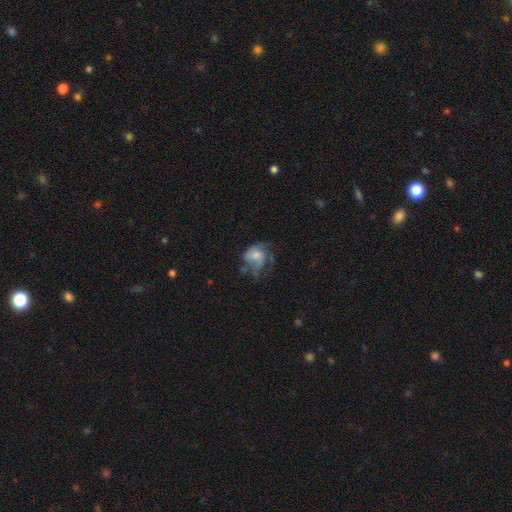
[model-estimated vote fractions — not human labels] A featured or disk galaxy (47%). Merging: major disturbance (40%).